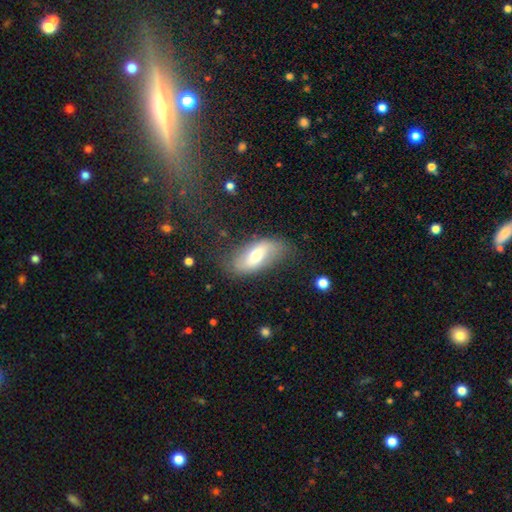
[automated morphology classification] smooth-or-featured: featured or disk: 50% | smooth: 43% | star or artifact: 7%
  disk-edge-on: no: 85% | yes: 15%
  merging: none: 67% | minor disturbance: 22% | major disturbance: 9% | merger: 2%